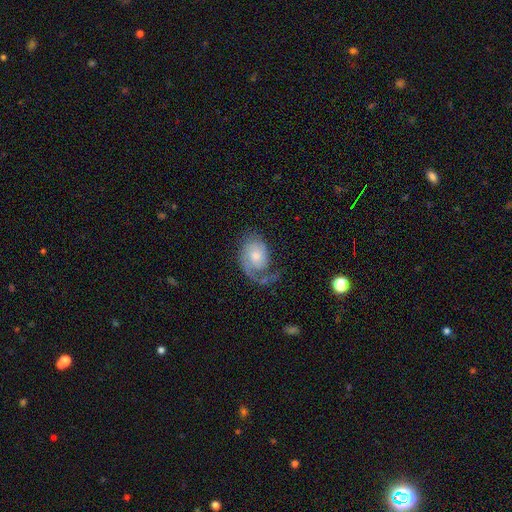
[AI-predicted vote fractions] Smooth or featured?
  - featured or disk: 75% *
  - smooth: 19%
  - star or artifact: 6%
Edge-on disk?
  - no: 97% *
  - yes: 3%
Bar?
  - no: 72% *
  - weak: 25%
  - strong: 3%
Spiral arms?
  - yes: 93% *
  - no: 7%
Spiral winding?
  - medium: 38% *
  - tight: 34%
  - loose: 29%
Spiral arm count?
  - 1: 71% *
  - 2: 19%
  - can't tell: 6%
  - 3: 2%
  - 4: 1%
  - more than 4: 1%
Bulge size?
  - moderate: 52% *
  - small: 35%
  - large: 8%
  - none: 4%
  - dominant: 2%
Merging?
  - none: 45% *
  - major disturbance: 31%
  - minor disturbance: 21%
  - merger: 3%